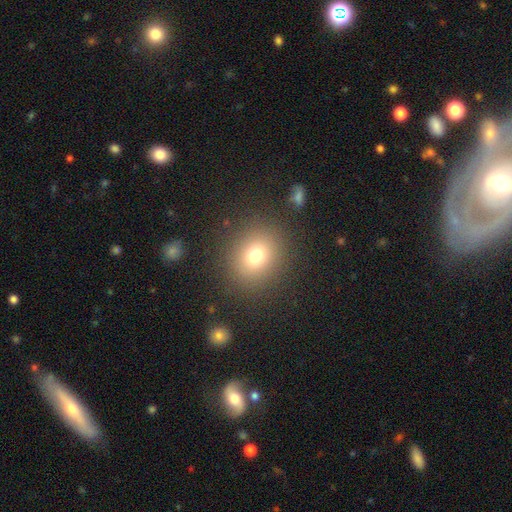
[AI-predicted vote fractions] Q: Smooth or featured?
A: smooth (75%); runner-up: star or artifact (15%)
Q: How rounded?
A: round (76%); runner-up: in between (23%)
Q: Merging?
A: none (86%); runner-up: minor disturbance (8%)